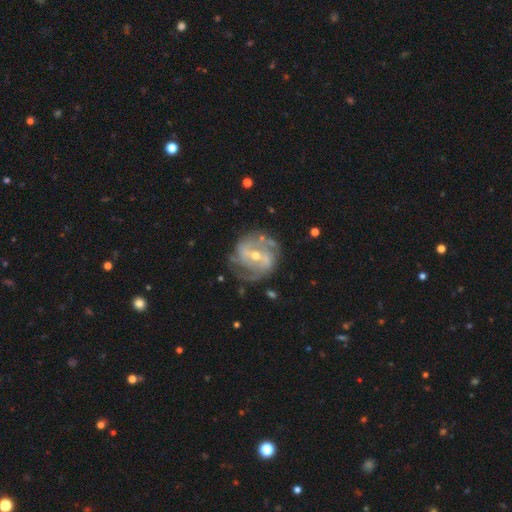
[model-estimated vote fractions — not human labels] Q: Smooth or featured?
A: featured or disk (86%); runner-up: smooth (8%)
Q: Edge-on disk?
A: no (97%); runner-up: yes (3%)
Q: Bar?
A: weak (40%); tied with: strong (40%)
Q: Spiral arms?
A: yes (93%); runner-up: no (7%)
Q: Spiral winding?
A: medium (45%); runner-up: tight (38%)
Q: Spiral arm count?
A: 2 (61%); runner-up: can't tell (15%)
Q: Bulge size?
A: small (52%); runner-up: moderate (45%)
Q: Merging?
A: none (72%); runner-up: minor disturbance (17%)